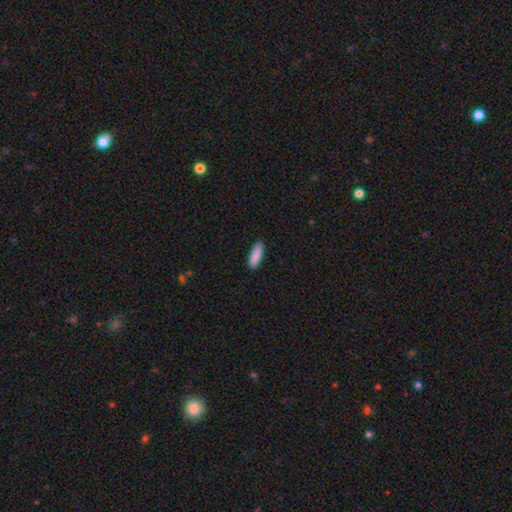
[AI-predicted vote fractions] This appears to be a smooth galaxy with no disk features (89%) that is cigar-shaped (49%, tied with in between). Merging: none (88%).